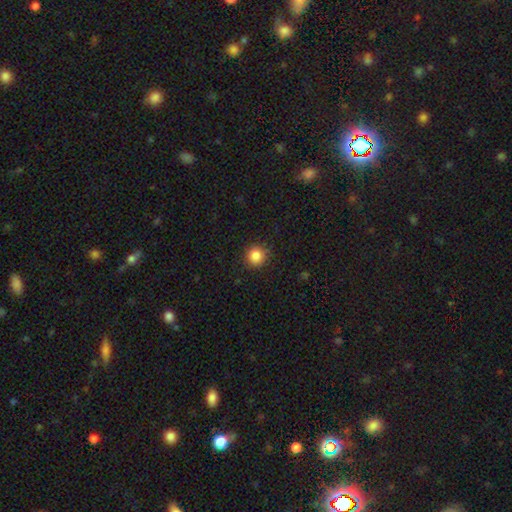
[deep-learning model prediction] Smooth or featured? smooth (85%)
How rounded? round (94%)
Merging? none (90%)